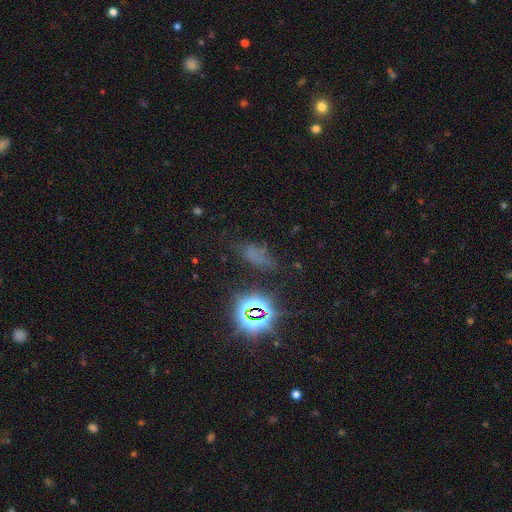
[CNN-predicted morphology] Smooth or featured?
  - star or artifact: 45% *
  - smooth: 43%
  - featured or disk: 13%